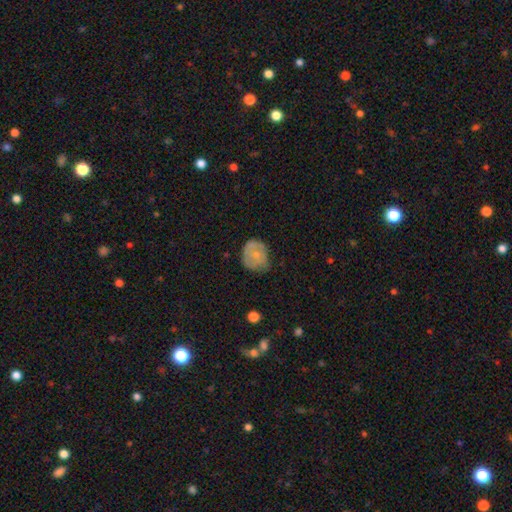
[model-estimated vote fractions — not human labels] A smooth galaxy with no disk features (63%) that is round (72%).

Vote fractions:
- Smooth or featured? smooth: 63% / featured or disk: 29% / star or artifact: 7%
- How rounded? round: 72% / in between: 27% / cigar-shaped: 1%
- Merging? none: 52% / minor disturbance: 35% / major disturbance: 12% / merger: 2%